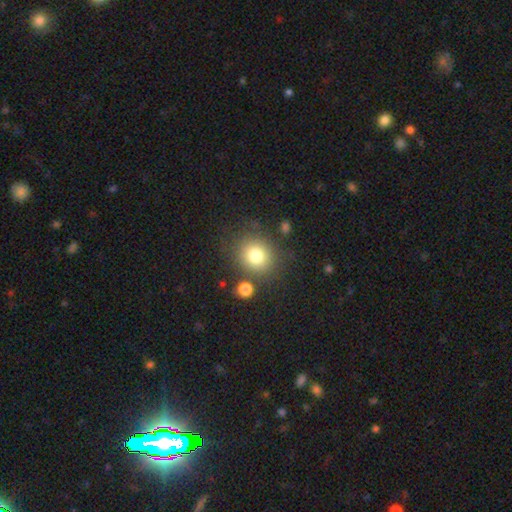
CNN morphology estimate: Smooth or featured?
  - smooth: 79% *
  - star or artifact: 11%
  - featured or disk: 9%
How rounded?
  - round: 82% *
  - in between: 17%
  - cigar-shaped: 1%
Merging?
  - none: 76% *
  - minor disturbance: 11%
  - merger: 8%
  - major disturbance: 5%